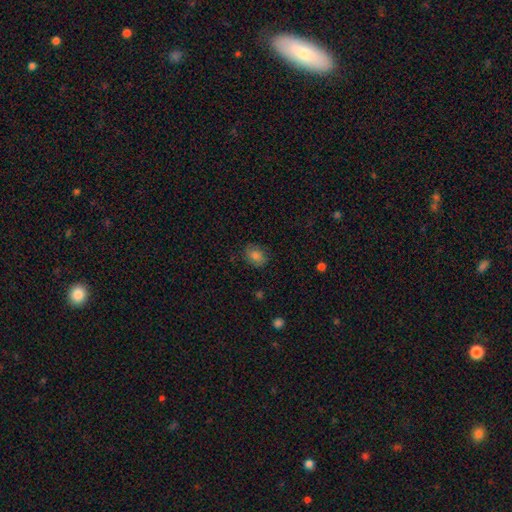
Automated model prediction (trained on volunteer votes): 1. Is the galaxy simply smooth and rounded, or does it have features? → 79% smooth, 11% star or artifact, 10% featured or disk.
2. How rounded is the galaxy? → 60% in between, 39% round, 1% cigar-shaped.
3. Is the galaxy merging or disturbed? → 80% none, 15% minor disturbance, 4% major disturbance, 1% merger.